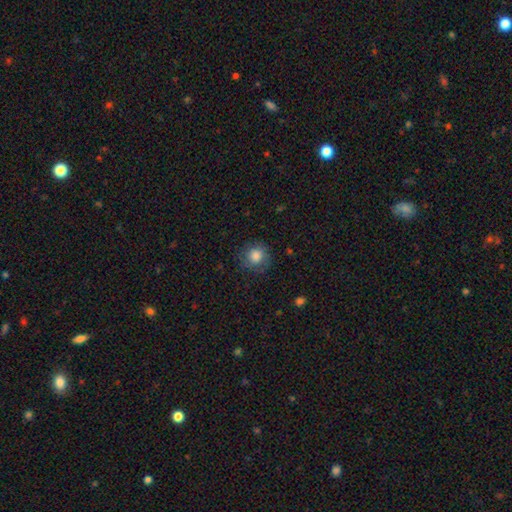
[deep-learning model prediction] The model was most divided on "merging": none: 79%, minor disturbance: 15%, major disturbance: 5%, merger: 1%. More confident: how rounded — round (91%); smooth or featured — smooth (82%).